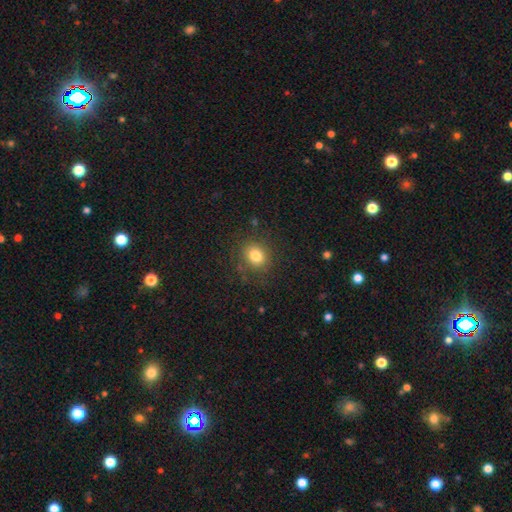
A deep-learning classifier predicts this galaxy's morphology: Smooth or featured? smooth (80%)
How rounded? round (71%)
Merging? none (84%)